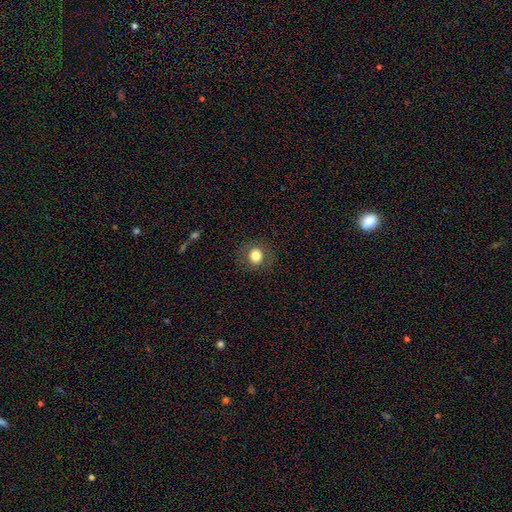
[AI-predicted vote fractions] smooth-or-featured: smooth: 78% | featured or disk: 12% | star or artifact: 10%
  how-rounded: round: 83% | in between: 16% | cigar-shaped: 1%
  merging: none: 87% | minor disturbance: 8% | major disturbance: 4% | merger: 1%